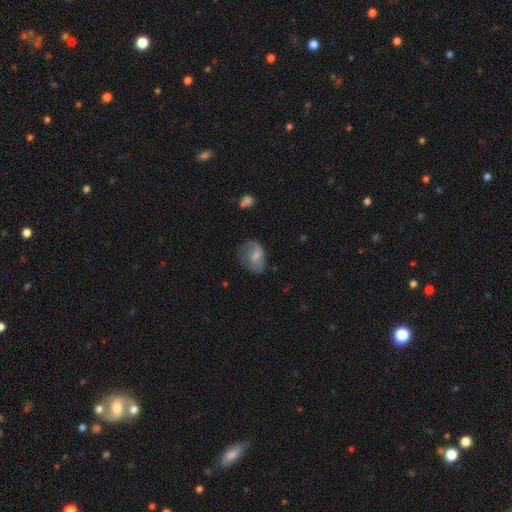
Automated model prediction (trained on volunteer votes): A smooth galaxy with no disk features (55%) that is in between round and cigar-shaped (75%).

Vote fractions:
- Smooth or featured? smooth: 55% / featured or disk: 37% / star or artifact: 8%
- How rounded? in between: 75% / round: 24% / cigar-shaped: 2%
- Merging? none: 49% / minor disturbance: 30% / major disturbance: 19% / merger: 2%